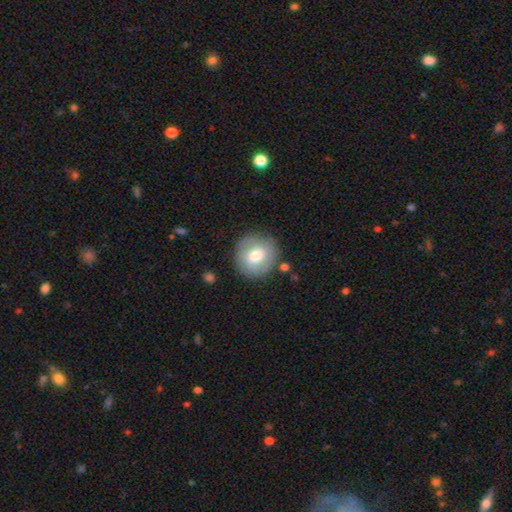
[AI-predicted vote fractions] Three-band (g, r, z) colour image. It shows a smooth galaxy with no disk features (64%) that is round (90%). Merging: none (83%).